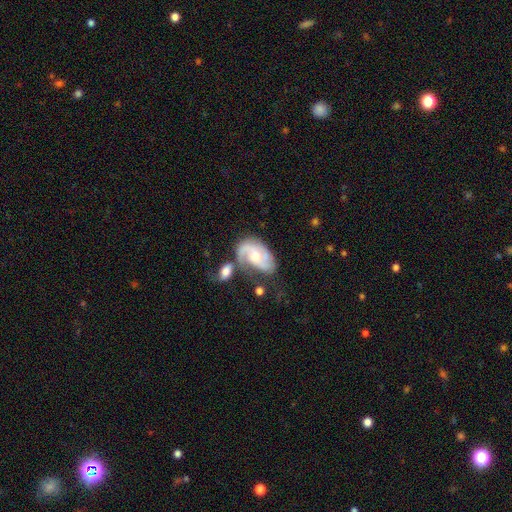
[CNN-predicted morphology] type=featured or disk (78%); edge-on=no (96%); bar=no (59%); spiral arms=yes (93%); winding=medium (47%); arm count=2 (70%); bulge=moderate (63%); merging=none (39%).